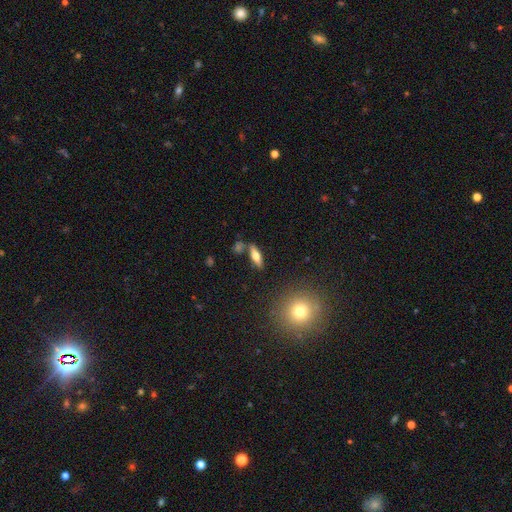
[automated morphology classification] This appears to be a smooth galaxy with no disk features (49%). Merging: none (76%).